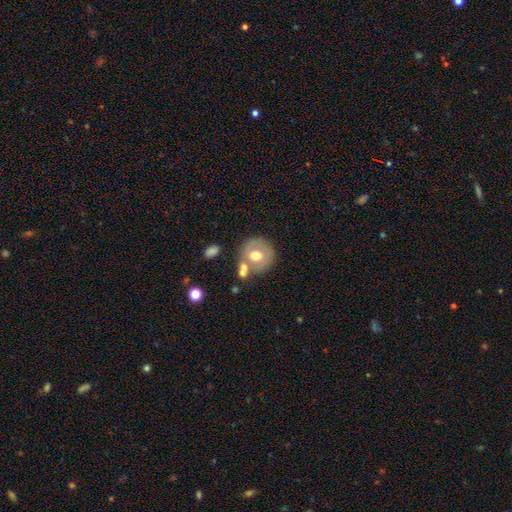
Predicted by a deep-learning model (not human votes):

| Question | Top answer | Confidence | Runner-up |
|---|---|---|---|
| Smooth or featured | smooth | 57% | featured or disk (35%) |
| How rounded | round | 85% | in between (14%) |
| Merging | none | 57% | merger (22%) |